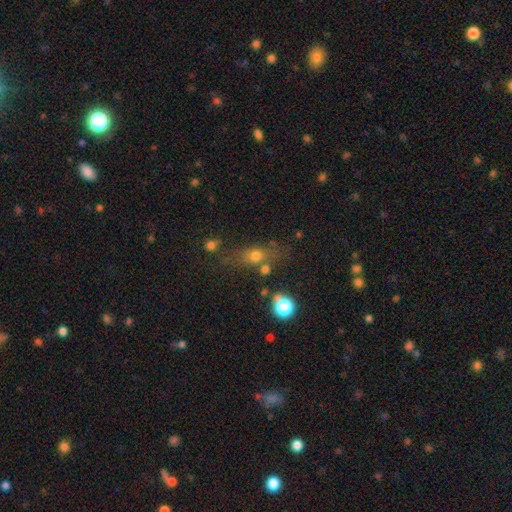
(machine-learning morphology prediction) A smooth galaxy with no disk features (63%) that is in between round and cigar-shaped (51%). Merging: none (58%).